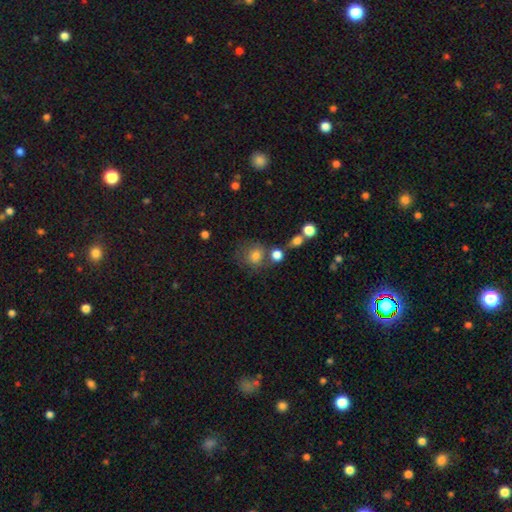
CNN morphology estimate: smooth-or-featured: smooth: 76% | star or artifact: 12% | featured or disk: 12%
  how-rounded: round: 81% | in between: 18% | cigar-shaped: 1%
  merging: none: 57% | merger: 18% | minor disturbance: 16% | major disturbance: 9%